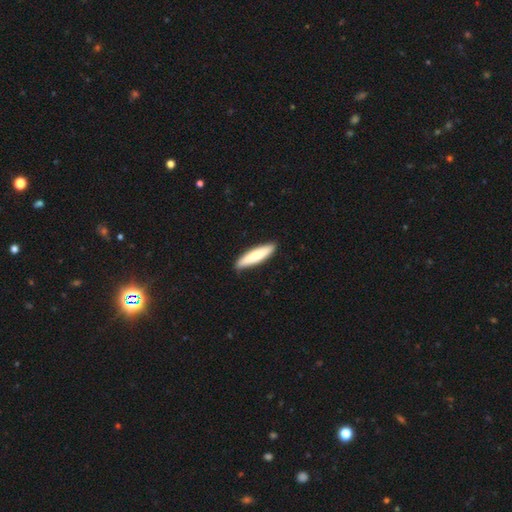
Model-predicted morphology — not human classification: Overall: smooth (74%). How rounded: cigar-shaped (78%). Merging: none (89%).